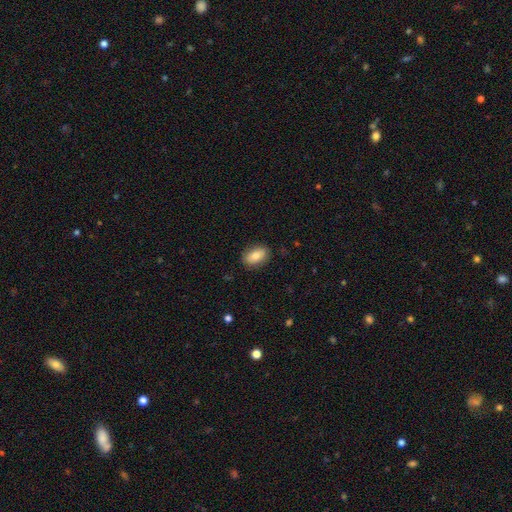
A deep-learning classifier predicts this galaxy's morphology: Smooth or featured? smooth (80%)
How rounded? in between (90%)
Merging? none (86%)